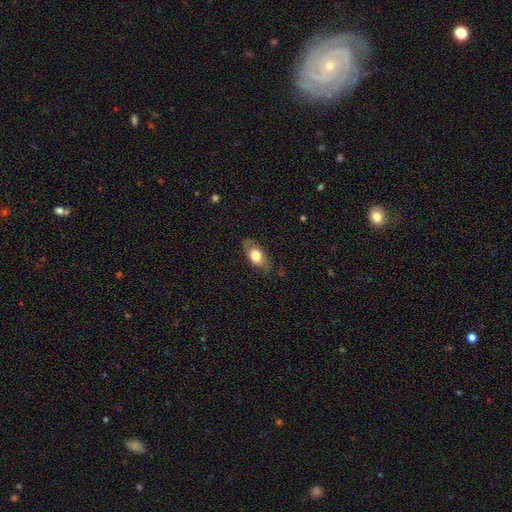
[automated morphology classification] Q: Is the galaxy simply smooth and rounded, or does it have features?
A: smooth — 67%.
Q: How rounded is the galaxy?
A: in between — 85%.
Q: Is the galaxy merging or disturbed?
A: none — 74%.